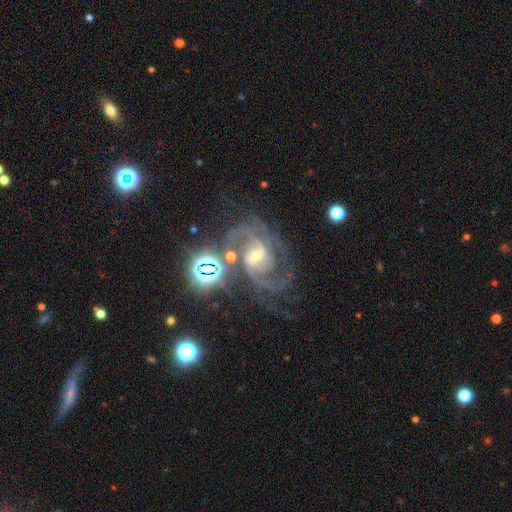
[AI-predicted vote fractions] Morphology: type=featured or disk (86%); edge-on=no (98%); bar=weak (45%); spiral arms=yes (98%); winding=medium (58%); arm count=2 (63%); bulge=small (48%); merging=none (55%).